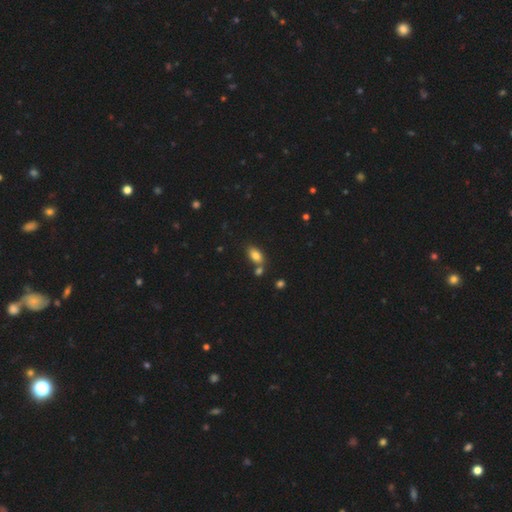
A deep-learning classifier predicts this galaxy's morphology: Smooth or featured?
  - smooth: 82% *
  - star or artifact: 9%
  - featured or disk: 8%
How rounded?
  - in between: 90% *
  - round: 7%
  - cigar-shaped: 3%
Merging?
  - none: 62% *
  - merger: 22%
  - minor disturbance: 12%
  - major disturbance: 3%